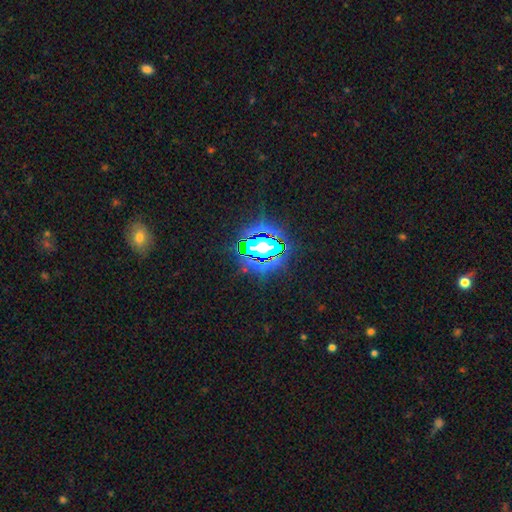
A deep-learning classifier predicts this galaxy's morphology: Smooth or featured? star or artifact (83%)